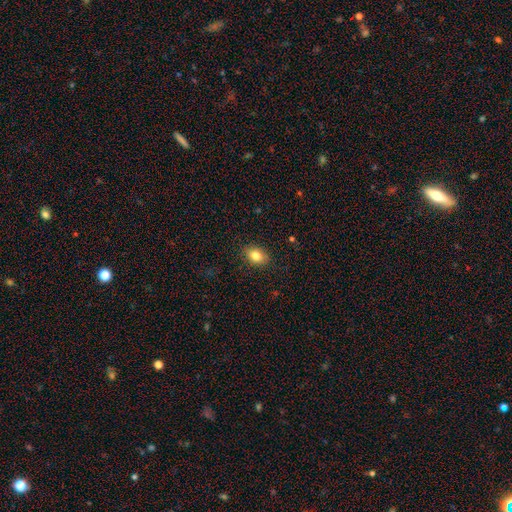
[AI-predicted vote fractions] Overall: smooth (83%). How rounded: in between (82%). Merging: none (88%).